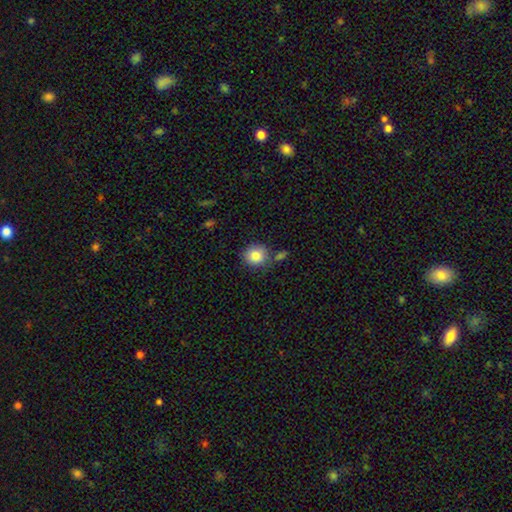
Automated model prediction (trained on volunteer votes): This is clearly a smooth galaxy (84%). How rounded: clearly round (87%). Merging: likely none (74%).